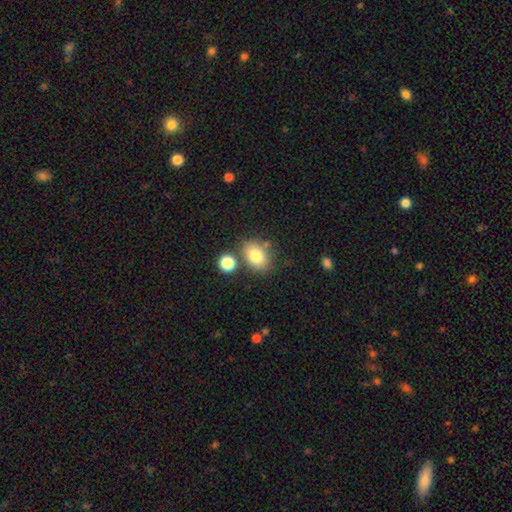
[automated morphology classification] A smooth galaxy with no disk features (78%) that is in between round and cigar-shaped (69%). Merging: none (68%).